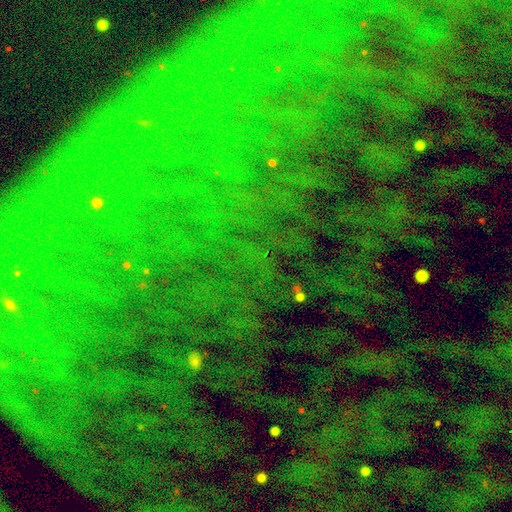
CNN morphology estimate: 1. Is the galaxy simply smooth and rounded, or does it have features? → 83% star or artifact, 9% smooth, 8% featured or disk.